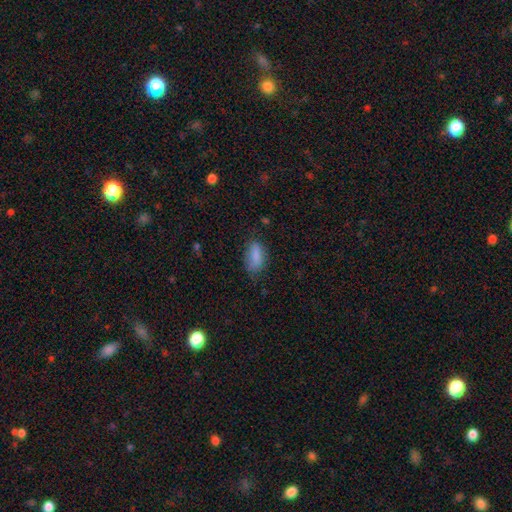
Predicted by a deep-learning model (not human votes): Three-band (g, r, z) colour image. It shows a smooth galaxy with no disk features (83%) that is in between round and cigar-shaped (86%). Merging: none (65%).